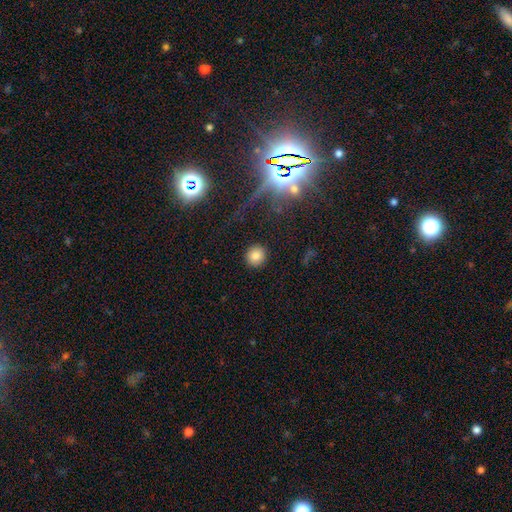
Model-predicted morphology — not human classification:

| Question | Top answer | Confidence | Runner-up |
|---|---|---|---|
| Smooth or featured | smooth | 81% | star or artifact (12%) |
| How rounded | round | 92% | in between (7%) |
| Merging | none | 91% | minor disturbance (5%) |